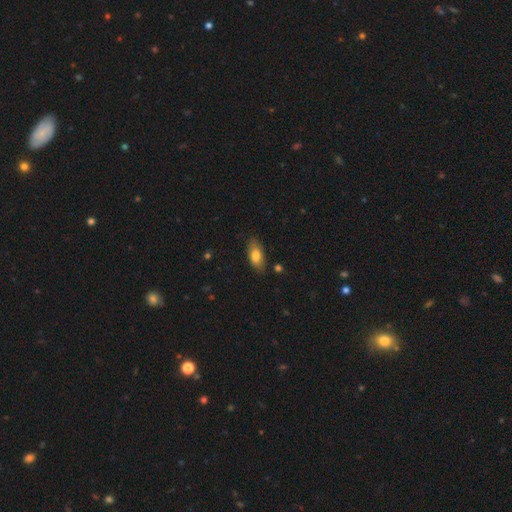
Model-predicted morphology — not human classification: type=smooth (78%); roundness=in between (87%); merging=none (82%).